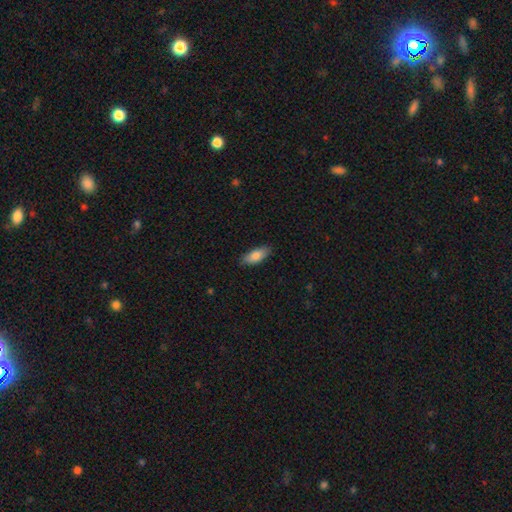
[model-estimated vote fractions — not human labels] The model was most divided on "how rounded": in between: 81%, cigar-shaped: 17%, round: 2%. More confident: merging — none (84%); smooth or featured — smooth (83%).